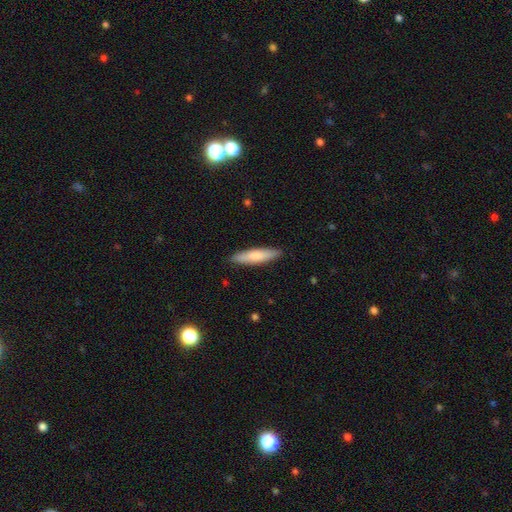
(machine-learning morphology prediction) The model was most divided on "smooth or featured": smooth: 75%, featured or disk: 20%, star or artifact: 5%. More confident: merging — none (89%); how rounded — cigar-shaped (79%).